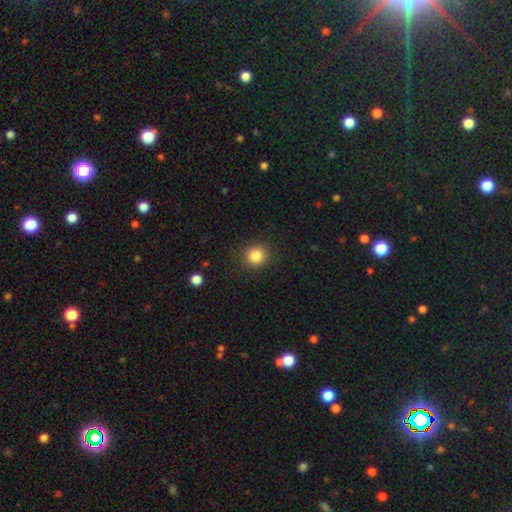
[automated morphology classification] This appears to be a smooth galaxy with no disk features (84%) that is round (90%). Merging: none (90%).